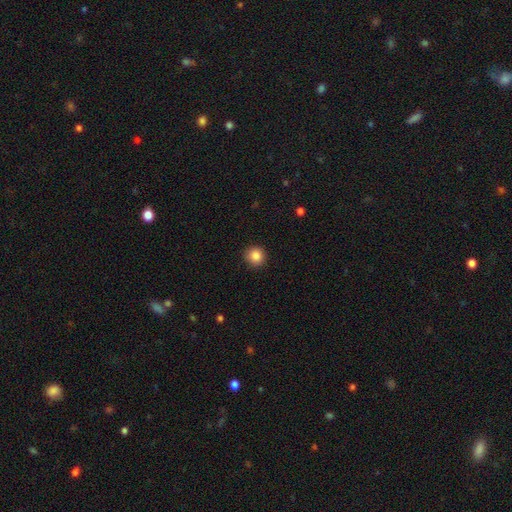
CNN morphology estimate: Q: Smooth or featured?
A: smooth (86%); runner-up: star or artifact (10%)
Q: How rounded?
A: round (92%); runner-up: in between (7%)
Q: Merging?
A: none (91%); runner-up: minor disturbance (6%)